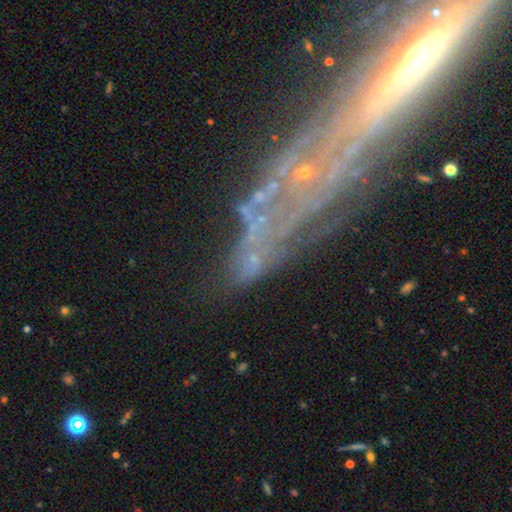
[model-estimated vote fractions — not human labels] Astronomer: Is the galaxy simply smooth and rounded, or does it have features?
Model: featured or disk — 56%.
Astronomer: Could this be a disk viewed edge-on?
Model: no — 78%.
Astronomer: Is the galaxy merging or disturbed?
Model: none — 53%.